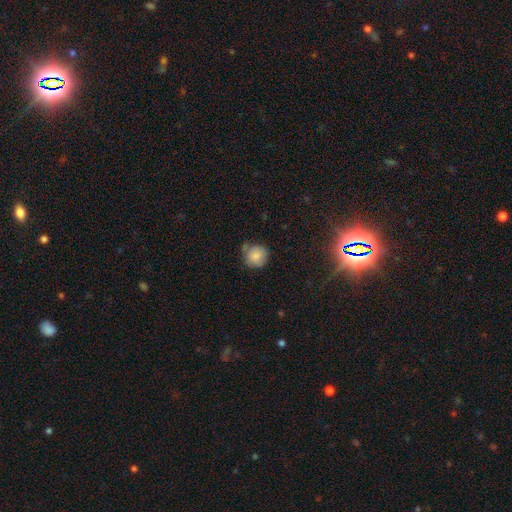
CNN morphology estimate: Smooth or featured: smooth — 83% (star or artifact — 9%)
How rounded: round — 90% (in between — 9%)
Merging: none — 64% (minor disturbance — 23%)